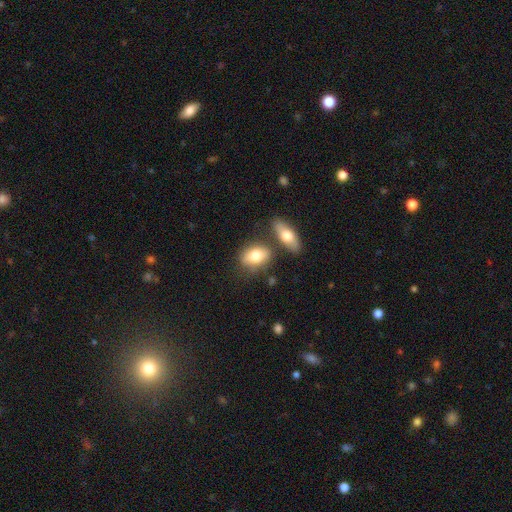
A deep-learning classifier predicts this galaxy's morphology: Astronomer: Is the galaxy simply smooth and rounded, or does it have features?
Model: smooth — 78%.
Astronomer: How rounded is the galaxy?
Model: in between — 79%.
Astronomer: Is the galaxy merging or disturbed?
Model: none — 61%.